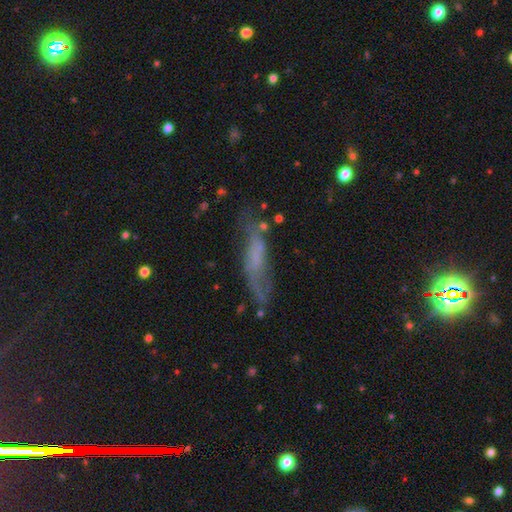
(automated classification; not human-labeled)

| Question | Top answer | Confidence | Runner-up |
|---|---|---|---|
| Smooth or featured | featured or disk | 45% | smooth (43%) |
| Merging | none | 52% | minor disturbance (26%) |